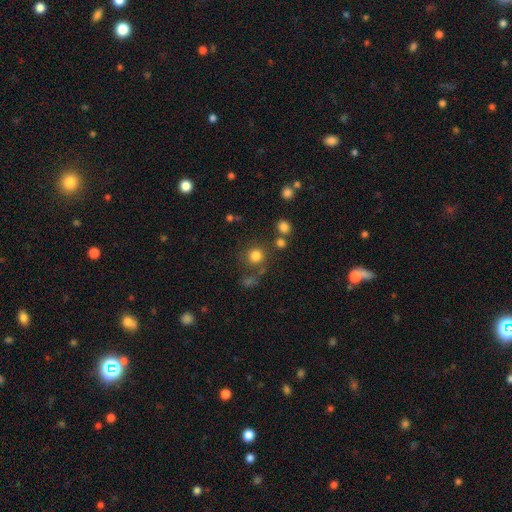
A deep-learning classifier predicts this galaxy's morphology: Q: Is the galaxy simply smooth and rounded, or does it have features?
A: smooth — 79%.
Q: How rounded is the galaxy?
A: round — 91%.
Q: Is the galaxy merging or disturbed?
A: none — 71%.